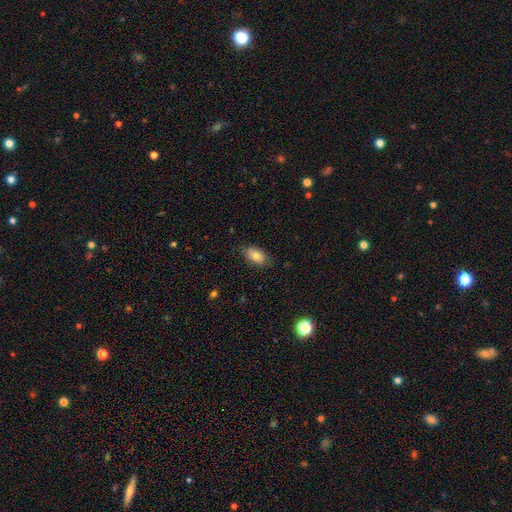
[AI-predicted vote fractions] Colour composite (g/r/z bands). It shows a smooth galaxy with no disk features (81%) that is in between round and cigar-shaped (91%). Merging: none (78%).